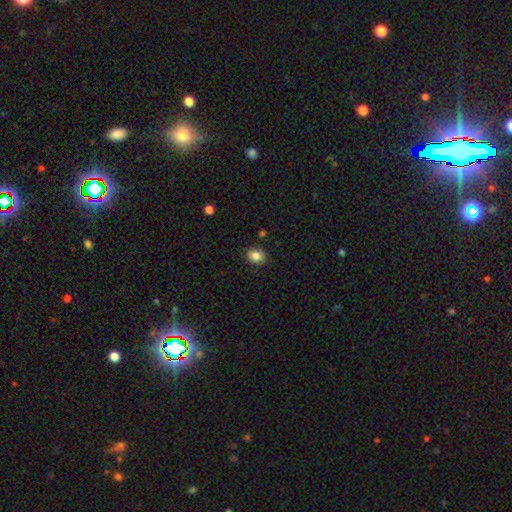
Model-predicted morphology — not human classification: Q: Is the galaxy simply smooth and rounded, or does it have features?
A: smooth — 84%.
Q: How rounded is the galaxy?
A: round — 63%.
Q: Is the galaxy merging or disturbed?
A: none — 88%.